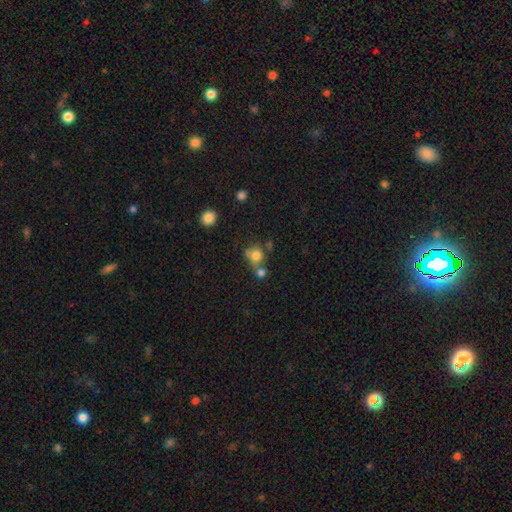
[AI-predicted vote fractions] Morphology: type=smooth (76%); roundness=round (81%); merging=none (45%).